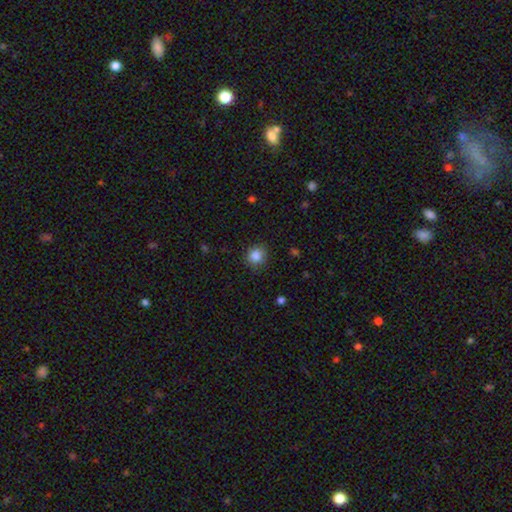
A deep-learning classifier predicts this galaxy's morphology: A smooth galaxy with no disk features (86%) that is round (88%). Merging: none (85%).